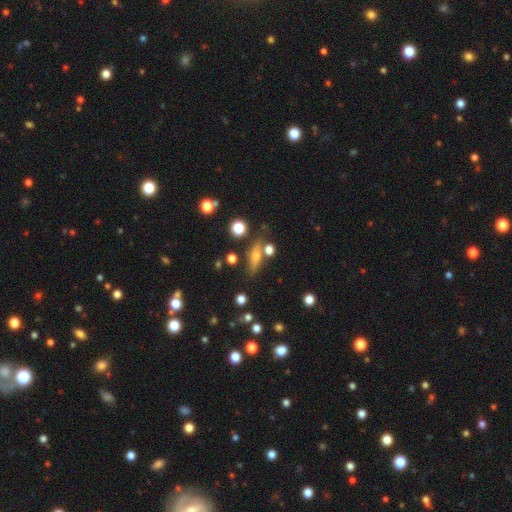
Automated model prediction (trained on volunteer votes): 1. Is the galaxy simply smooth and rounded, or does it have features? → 55% smooth, 32% featured or disk, 13% star or artifact.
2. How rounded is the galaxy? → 48% cigar-shaped, 43% in between, 9% round.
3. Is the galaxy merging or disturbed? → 68% none, 15% minor disturbance, 11% merger, 6% major disturbance.